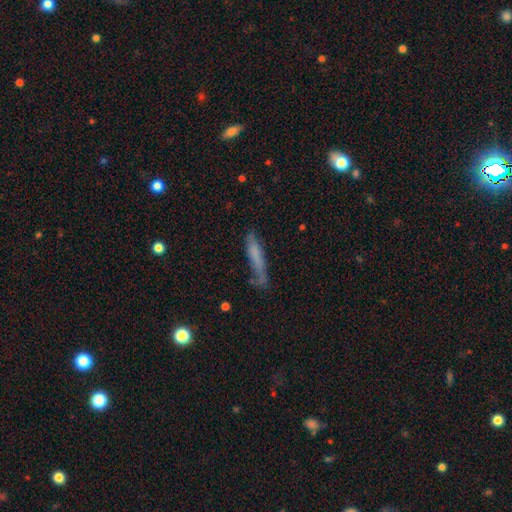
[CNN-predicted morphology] type=smooth (62%); roundness=cigar-shaped (87%); merging=none (54%).